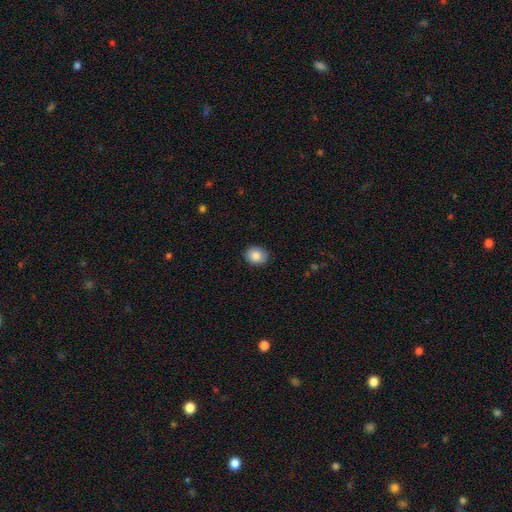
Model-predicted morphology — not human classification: Smooth or featured? Predicted: smooth (p=0.85). How rounded? Predicted: round (p=0.57). Merging? Predicted: none (p=0.88).